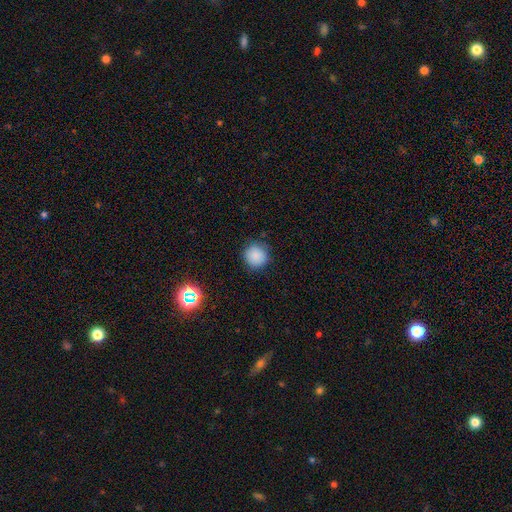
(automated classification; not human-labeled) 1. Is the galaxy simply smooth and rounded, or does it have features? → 85% smooth, 11% star or artifact, 4% featured or disk.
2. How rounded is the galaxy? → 94% round, 6% in between, 1% cigar-shaped.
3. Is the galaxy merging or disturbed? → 87% none, 9% minor disturbance, 3% major disturbance, 1% merger.